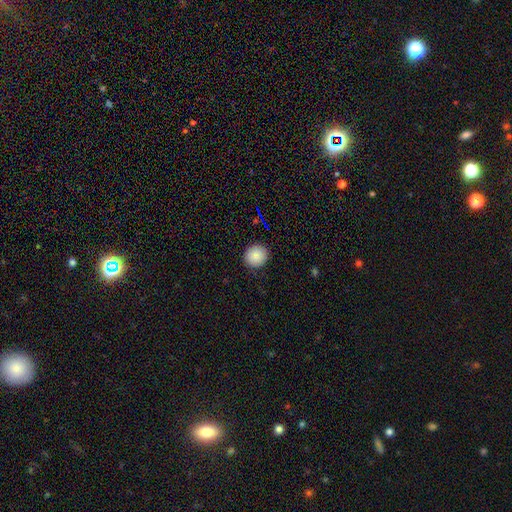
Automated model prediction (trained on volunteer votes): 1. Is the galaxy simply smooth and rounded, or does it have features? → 85% smooth, 9% star or artifact, 6% featured or disk.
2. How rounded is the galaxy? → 87% round, 12% in between, 1% cigar-shaped.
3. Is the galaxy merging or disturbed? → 90% none, 7% minor disturbance, 2% major disturbance, 1% merger.